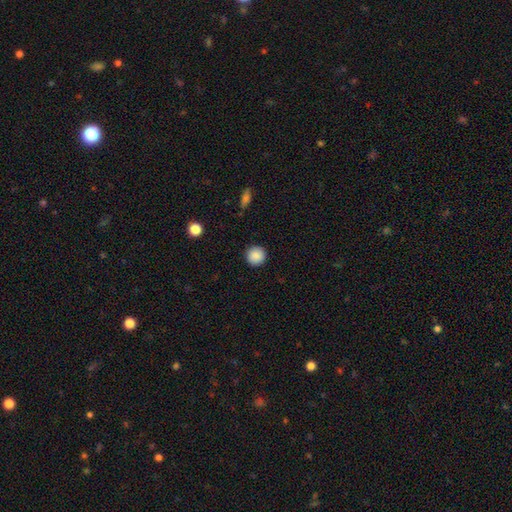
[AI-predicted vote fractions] Morphology: type=smooth (88%); roundness=round (95%); merging=none (92%).